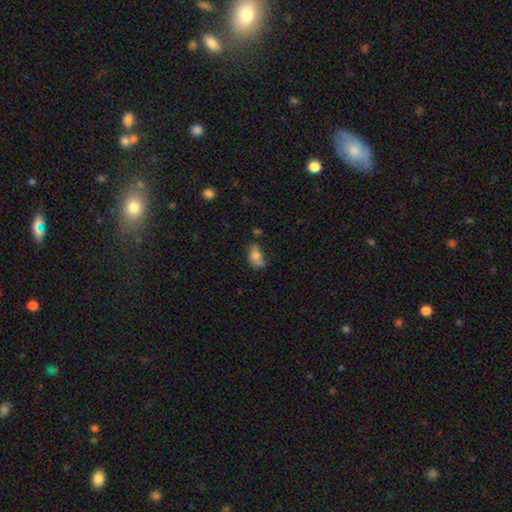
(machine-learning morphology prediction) smooth-or-featured: smooth: 69% | featured or disk: 22% | star or artifact: 10%
  how-rounded: in between: 86% | round: 11% | cigar-shaped: 3%
  merging: none: 43% | minor disturbance: 36% | major disturbance: 15% | merger: 5%